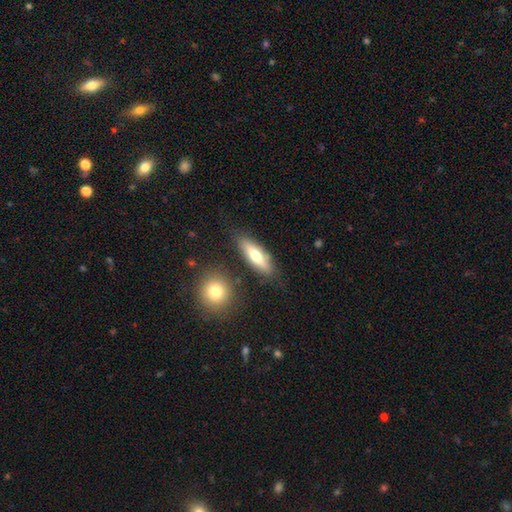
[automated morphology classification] Smooth or featured: smooth — 61% (featured or disk — 32%)
How rounded: cigar-shaped — 50% (in between — 48%)
Merging: none — 79% (minor disturbance — 12%)